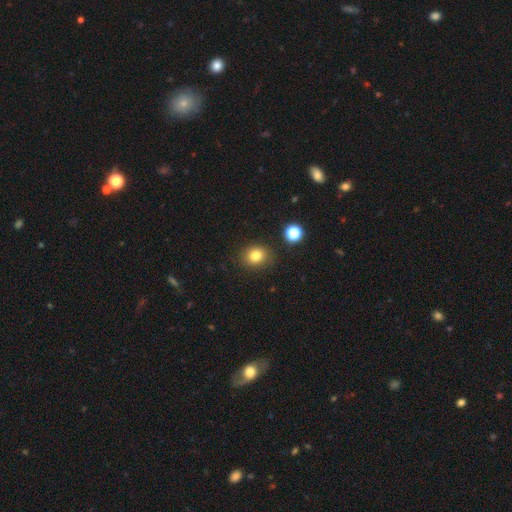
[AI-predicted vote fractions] Smooth or featured?
  - smooth: 80% *
  - star or artifact: 13%
  - featured or disk: 7%
How rounded?
  - round: 67% *
  - in between: 32%
  - cigar-shaped: 1%
Merging?
  - none: 85% *
  - minor disturbance: 10%
  - major disturbance: 3%
  - merger: 3%